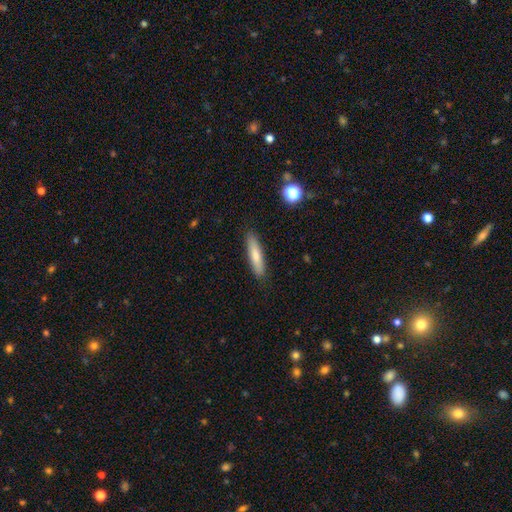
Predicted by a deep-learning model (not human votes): Smooth or featured? Predicted: smooth (p=0.75). How rounded? Predicted: cigar-shaped (p=0.82). Merging? Predicted: none (p=0.88).